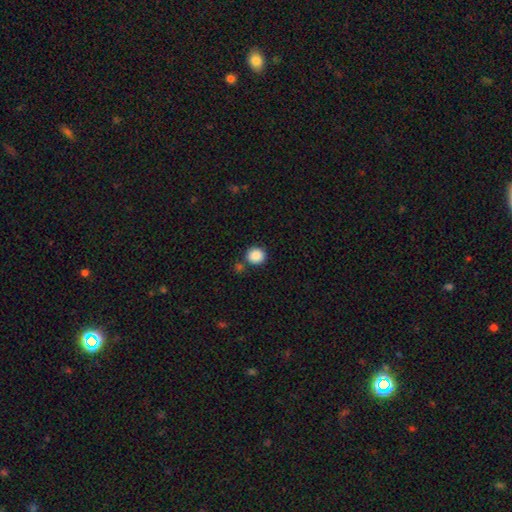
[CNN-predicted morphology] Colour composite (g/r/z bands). It shows a smooth galaxy with no disk features (88%) that is round (88%). Merging: none (78%).